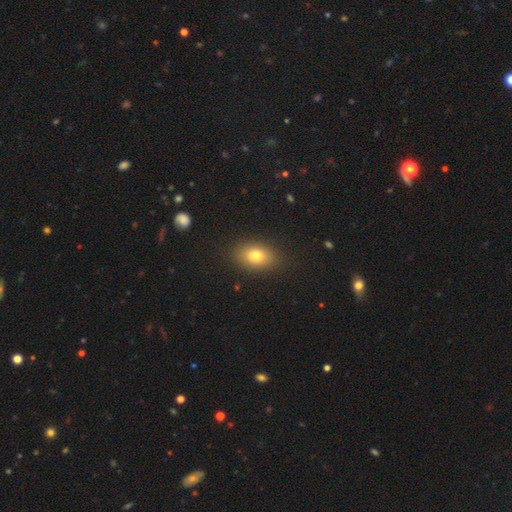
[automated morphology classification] Overall: smooth (77%). How rounded: in between (82%). Merging: none (88%).